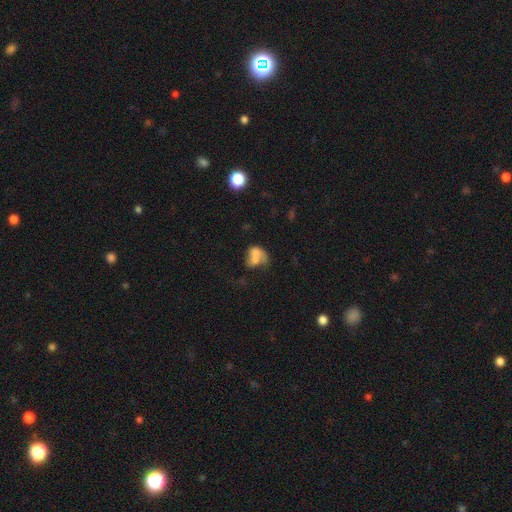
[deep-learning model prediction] Smooth or featured? smooth (54%)
How rounded? in between (67%)
Merging? merger (52%)